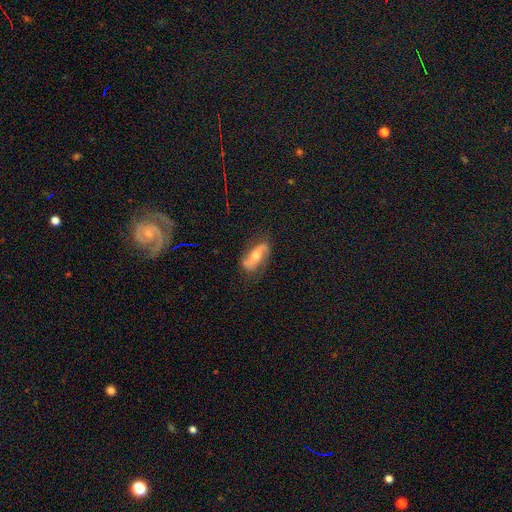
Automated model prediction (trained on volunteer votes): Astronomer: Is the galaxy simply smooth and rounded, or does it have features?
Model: featured or disk — 75%.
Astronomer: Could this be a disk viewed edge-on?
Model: no — 90%.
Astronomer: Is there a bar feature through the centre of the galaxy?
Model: no — 46% (runner-up: weak, 30%).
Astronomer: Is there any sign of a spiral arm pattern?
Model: yes — 91%.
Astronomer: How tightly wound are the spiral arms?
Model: loose — 57%.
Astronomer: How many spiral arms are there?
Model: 2 — 90%.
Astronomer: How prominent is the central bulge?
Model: moderate — 68%.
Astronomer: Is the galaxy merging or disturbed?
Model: none — 77%.